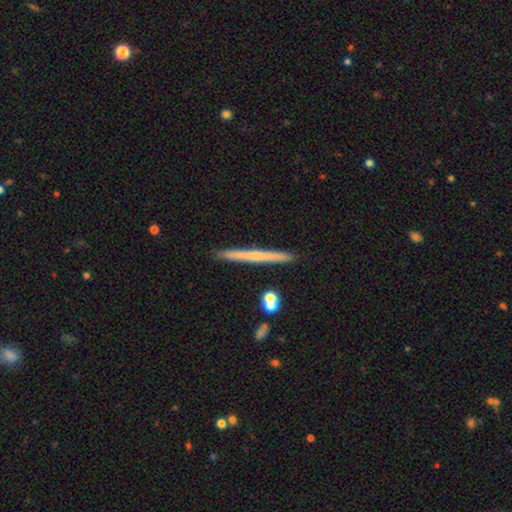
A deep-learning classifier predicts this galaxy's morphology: Smooth or featured: featured or disk — 50% (smooth — 43%)
Merging: none — 91% (minor disturbance — 6%)